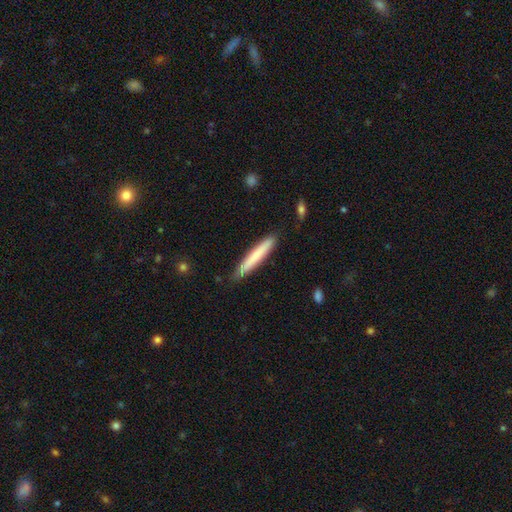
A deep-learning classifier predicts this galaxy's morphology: smooth 73%, featured or disk 22%, star or artifact 6%. Down the decision tree: how rounded — cigar-shaped (95%); merging — none (87%).